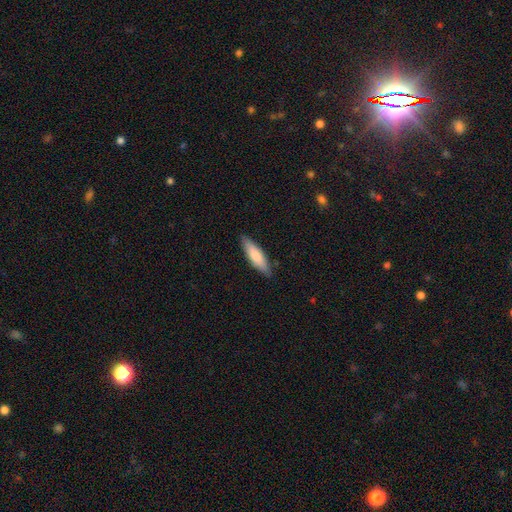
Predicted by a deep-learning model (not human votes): A smooth galaxy with no disk features (80%) that is cigar-shaped (60%). Merging: none (86%).